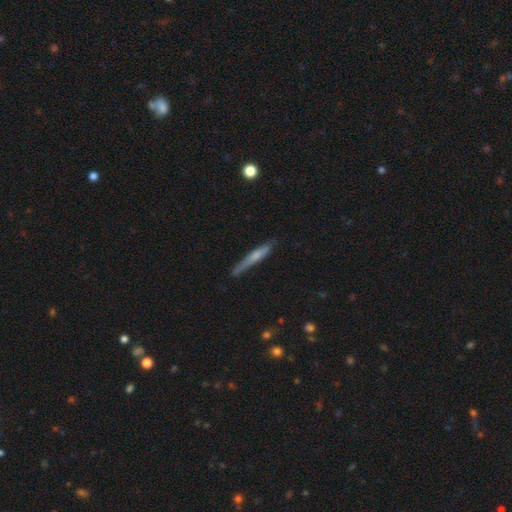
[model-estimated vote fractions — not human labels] Smooth or featured? smooth (54%)
How rounded? cigar-shaped (94%)
Merging? none (71%)